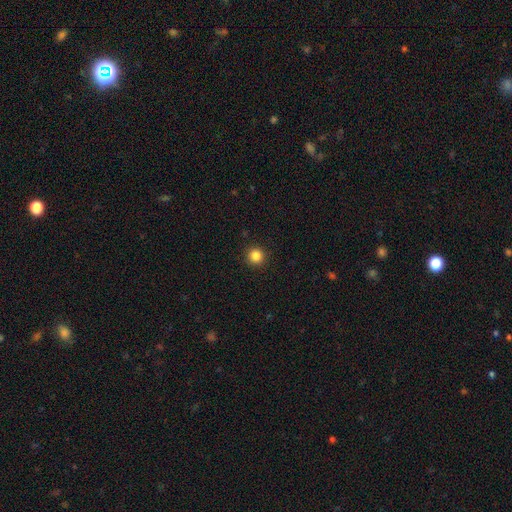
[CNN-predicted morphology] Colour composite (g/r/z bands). It shows a smooth galaxy with no disk features (85%) that is round (95%). Merging: none (93%).